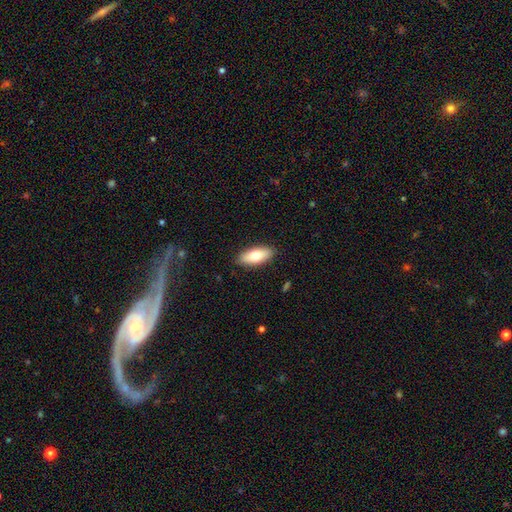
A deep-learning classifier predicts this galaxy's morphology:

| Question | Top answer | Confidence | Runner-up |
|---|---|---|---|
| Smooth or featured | smooth | 72% | featured or disk (22%) |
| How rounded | in between | 83% | cigar-shaped (15%) |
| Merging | none | 89% | minor disturbance (8%) |